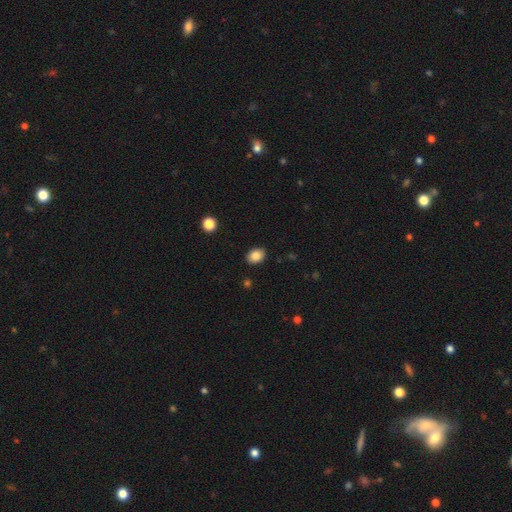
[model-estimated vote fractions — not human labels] smooth_or_featured: smooth (p=0.85) [alt: star or artifact p=0.09]
how_rounded: in between (p=0.63) [alt: round p=0.36]
merging: none (p=0.89) [alt: minor disturbance p=0.08]